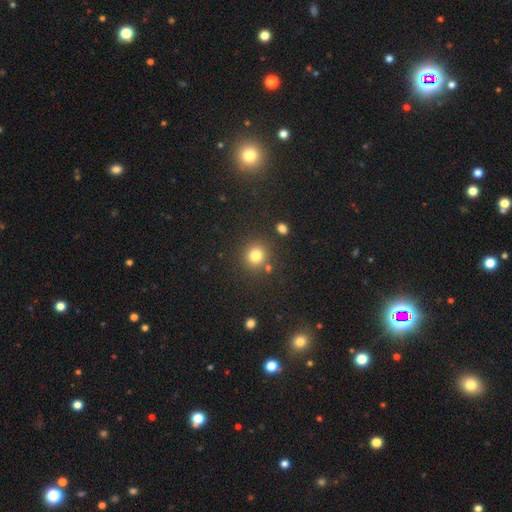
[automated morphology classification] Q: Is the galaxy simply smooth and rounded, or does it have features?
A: smooth — 80%.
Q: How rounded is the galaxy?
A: round — 91%.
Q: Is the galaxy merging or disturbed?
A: none — 84%.